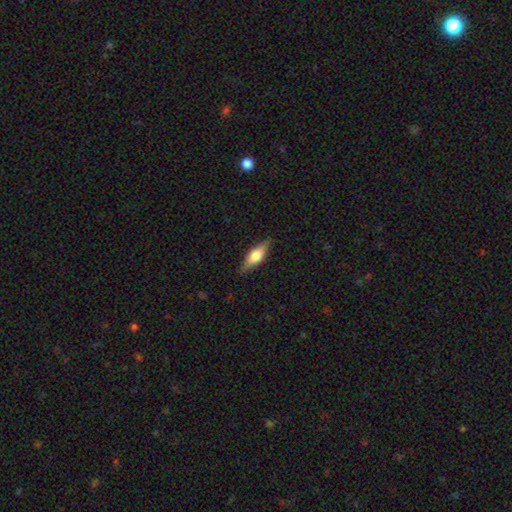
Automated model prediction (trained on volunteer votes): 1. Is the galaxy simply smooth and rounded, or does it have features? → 51% smooth, 43% featured or disk, 6% star or artifact.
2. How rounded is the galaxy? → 54% in between, 43% cigar-shaped, 3% round.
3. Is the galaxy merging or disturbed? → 86% none, 11% minor disturbance, 2% major disturbance, 1% merger.